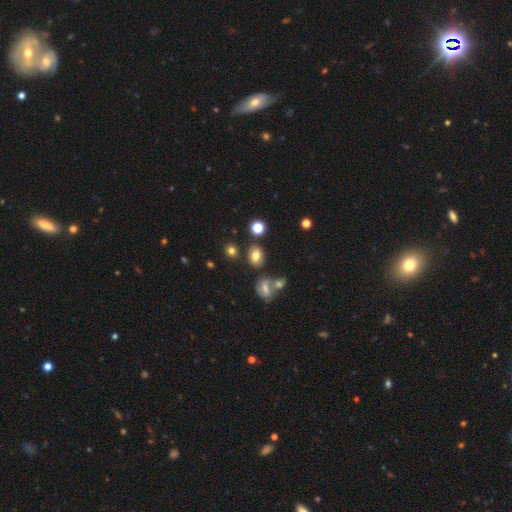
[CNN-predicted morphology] Smooth or featured: smooth — 75% (star or artifact — 14%)
How rounded: in between — 60% (round — 38%)
Merging: none — 76% (minor disturbance — 11%)